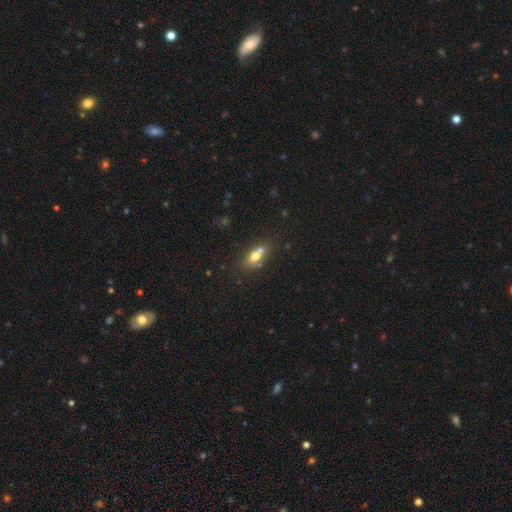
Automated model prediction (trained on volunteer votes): smooth_or_featured: smooth (p=0.66) [alt: featured or disk p=0.22]
how_rounded: in between (p=0.70) [alt: round p=0.23]
merging: merger (p=0.42) [alt: none p=0.41]